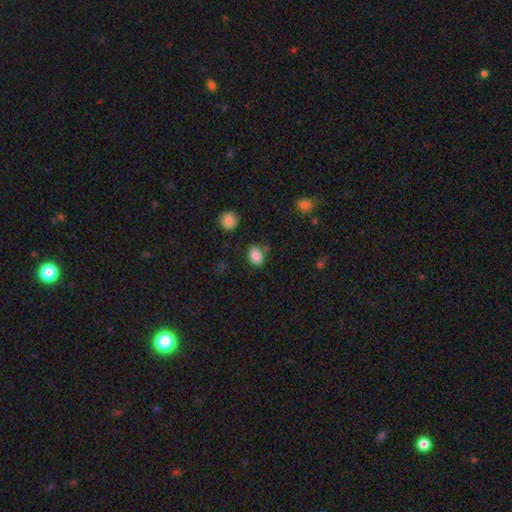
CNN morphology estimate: Overall: smooth (85%). How rounded: in between (78%). Merging: none (74%).